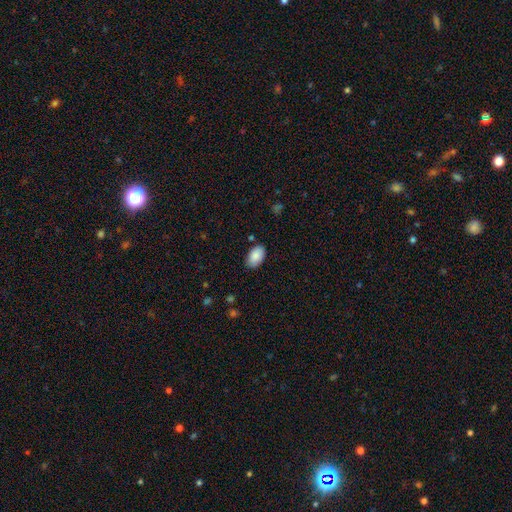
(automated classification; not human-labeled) This appears to be a smooth galaxy with no disk features (89%) that is in between round and cigar-shaped (94%). Merging: none (84%).